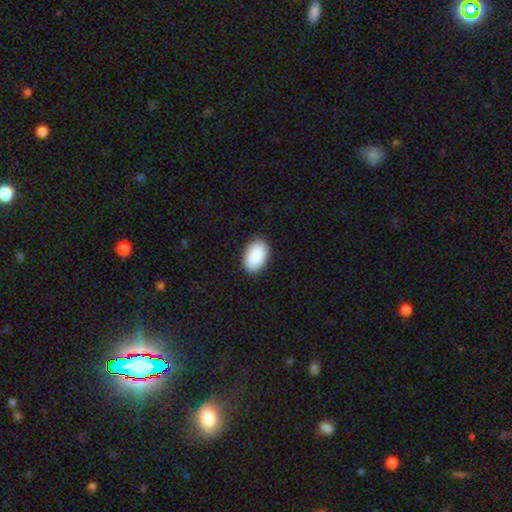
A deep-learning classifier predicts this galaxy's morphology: Smooth or featured? Predicted: smooth (p=0.91). How rounded? Predicted: in between (p=0.91). Merging? Predicted: none (p=0.89).